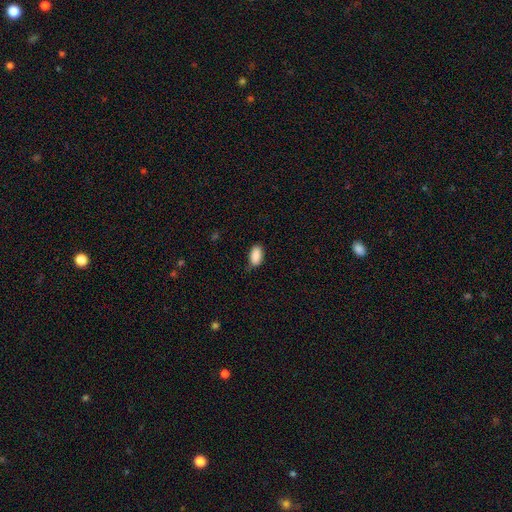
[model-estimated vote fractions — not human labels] Smooth or featured?
  - smooth: 89% *
  - star or artifact: 7%
  - featured or disk: 4%
How rounded?
  - in between: 93% *
  - round: 3%
  - cigar-shaped: 3%
Merging?
  - none: 75% *
  - minor disturbance: 20%
  - major disturbance: 3%
  - merger: 1%